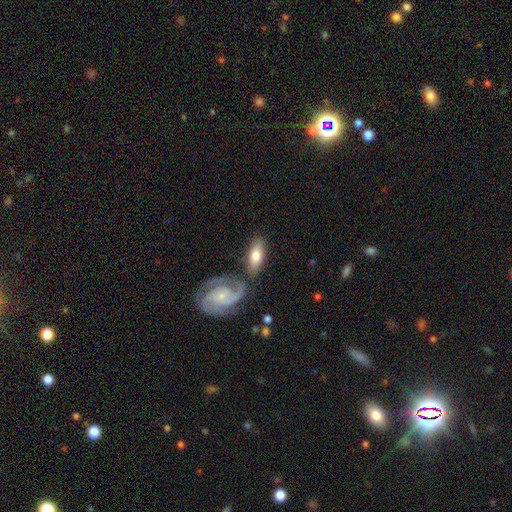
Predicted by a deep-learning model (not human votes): This is likely a smooth galaxy (63%). How rounded: likely in between (76%). Merging: likely none (64%).